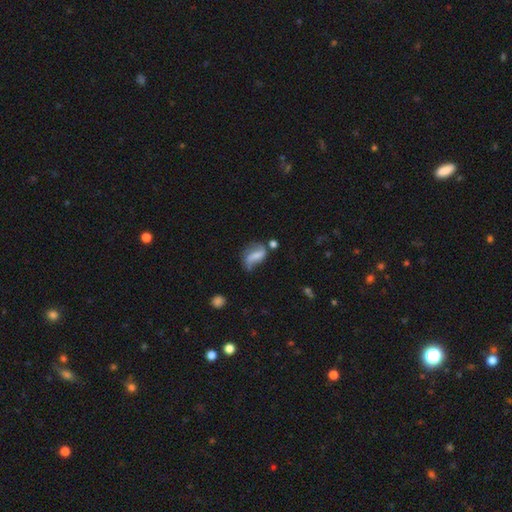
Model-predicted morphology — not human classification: A featured or disk galaxy (55%) with a weak bar (35%), spiral arms (79%) and no central bulge (36%). Merging: none (41%).